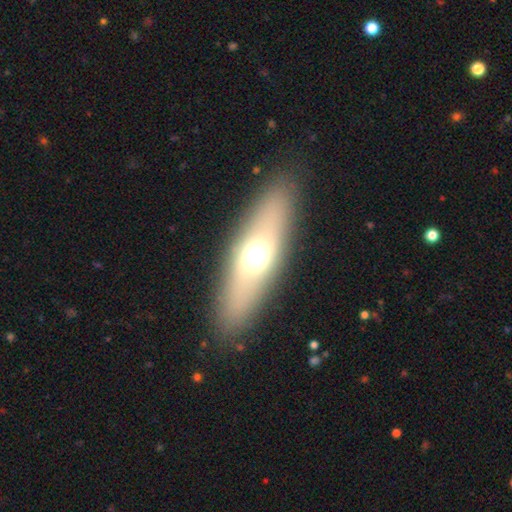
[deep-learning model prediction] Morphology: type=smooth (51%); roundness=in between (53%); merging=none (87%).